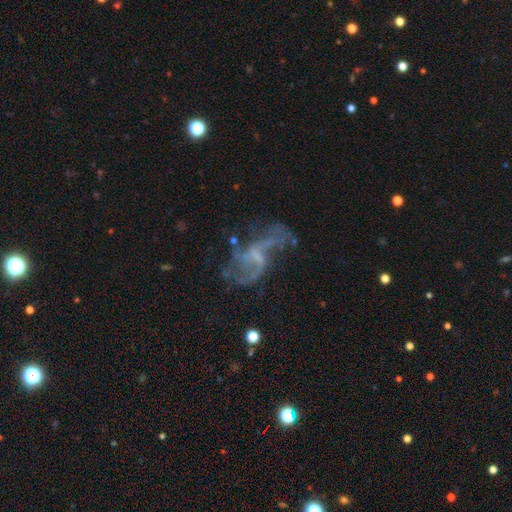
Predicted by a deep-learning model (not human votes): Q: Smooth or featured?
A: featured or disk (76%); runner-up: star or artifact (12%)
Q: Edge-on disk?
A: no (96%); runner-up: yes (4%)
Q: Bar?
A: weak (44%); runner-up: no (40%)
Q: Spiral arms?
A: yes (75%); runner-up: no (25%)
Q: Spiral winding?
A: loose (77%); runner-up: medium (18%)
Q: Spiral arm count?
A: 2 (59%); runner-up: can't tell (18%)
Q: Bulge size?
A: none (47%); runner-up: small (37%)
Q: Merging?
A: none (41%); runner-up: major disturbance (34%)